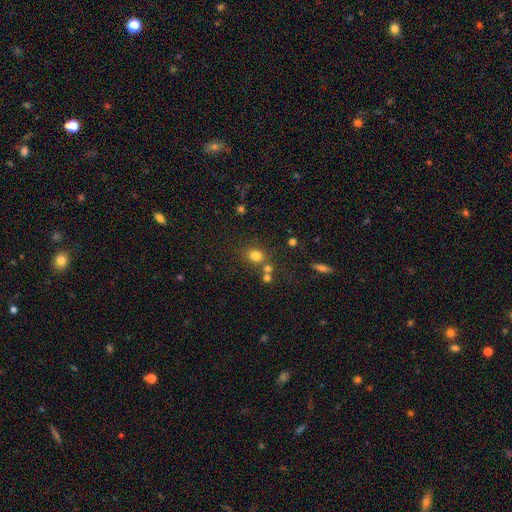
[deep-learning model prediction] This is likely a smooth galaxy (78%). How rounded: likely round (70%). Merging: likely none (66%).